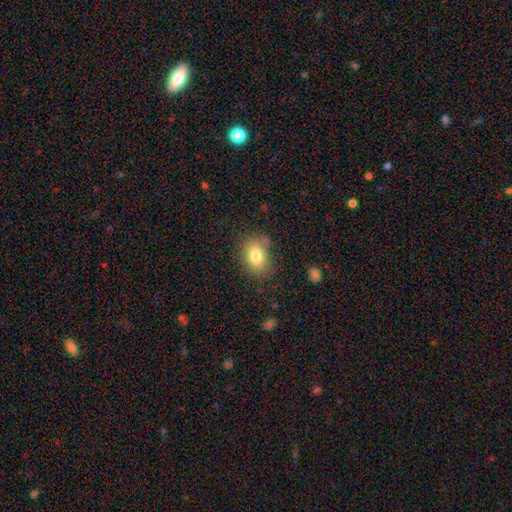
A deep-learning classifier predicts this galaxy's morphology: Overall: smooth (80%). How rounded: in between (70%). Merging: none (73%).